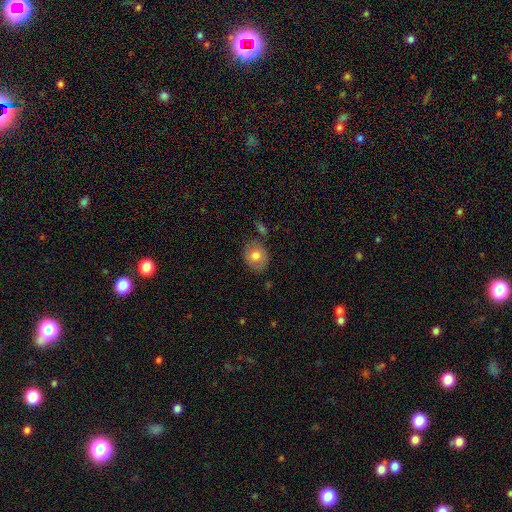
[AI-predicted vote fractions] The model was most divided on "how rounded": round: 54%, in between: 45%, cigar-shaped: 1%. More confident: merging — none (75%); smooth or featured — smooth (73%).